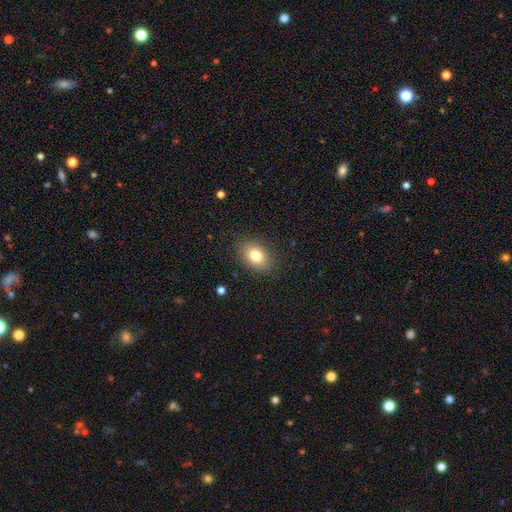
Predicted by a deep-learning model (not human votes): Smooth or featured?
  - smooth: 80% *
  - featured or disk: 10%
  - star or artifact: 10%
How rounded?
  - in between: 71% *
  - round: 28%
  - cigar-shaped: 1%
Merging?
  - none: 87% *
  - minor disturbance: 9%
  - major disturbance: 3%
  - merger: 1%